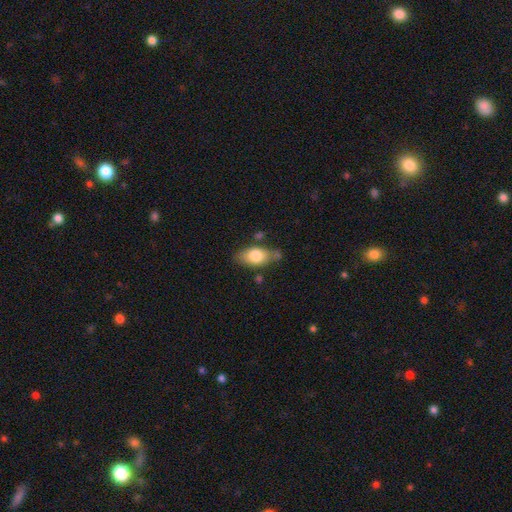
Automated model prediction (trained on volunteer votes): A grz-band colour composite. It shows a smooth galaxy with no disk features (75%) that is in between round and cigar-shaped (87%). Merging: none (65%).